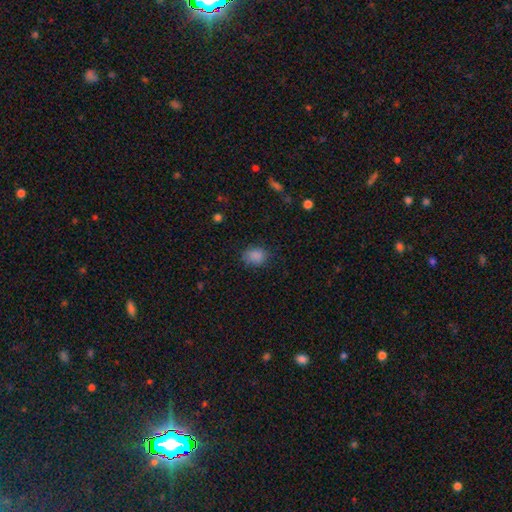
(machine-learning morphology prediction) Smooth or featured? Predicted: smooth (p=0.85). How rounded? Predicted: round (p=0.50). Merging? Predicted: none (p=0.76).